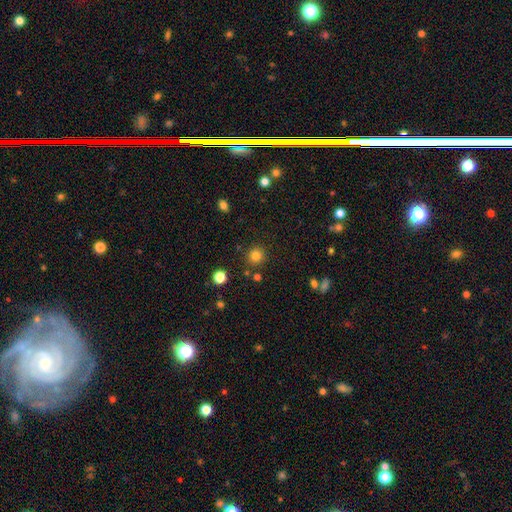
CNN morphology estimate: Smooth or featured?
  - smooth: 82% *
  - star or artifact: 14%
  - featured or disk: 5%
How rounded?
  - round: 93% *
  - in between: 6%
  - cigar-shaped: 1%
Merging?
  - none: 87% *
  - minor disturbance: 7%
  - merger: 4%
  - major disturbance: 3%